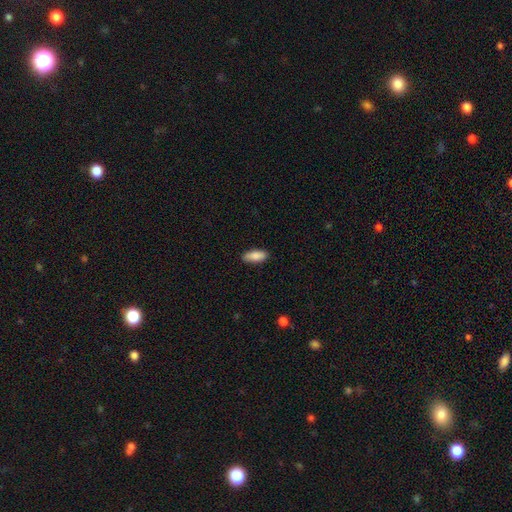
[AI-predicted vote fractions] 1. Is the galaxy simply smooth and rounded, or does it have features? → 87% smooth, 7% featured or disk, 6% star or artifact.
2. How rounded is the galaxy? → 79% in between, 19% cigar-shaped, 2% round.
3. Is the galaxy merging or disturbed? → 84% none, 13% minor disturbance, 2% major disturbance, 1% merger.